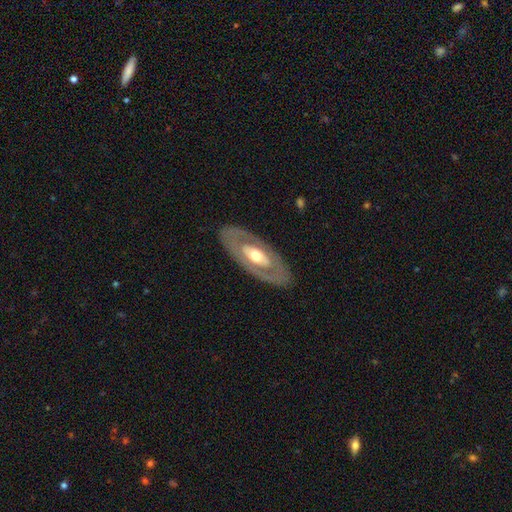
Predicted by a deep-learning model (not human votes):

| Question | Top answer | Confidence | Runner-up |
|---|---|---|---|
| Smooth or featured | featured or disk | 67% | smooth (26%) |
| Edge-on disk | no | 81% | yes (19%) |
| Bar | no | 75% | weak (16%) |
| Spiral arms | no | 71% | yes (29%) |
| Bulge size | moderate | 72% | large (13%) |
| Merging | none | 87% | minor disturbance (9%) |